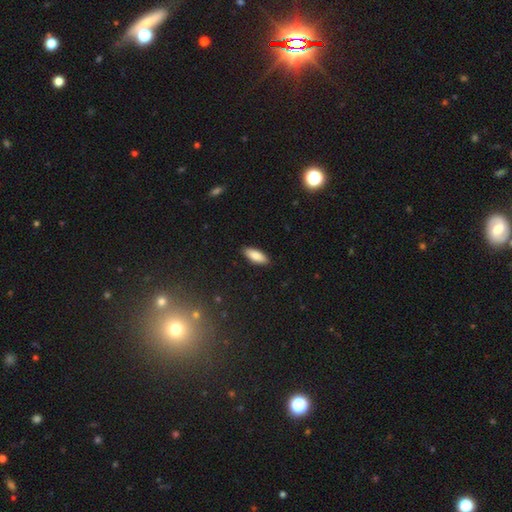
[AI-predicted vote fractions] smooth 86%, featured or disk 8%, star or artifact 6%. Down the decision tree: how rounded — in between (73%); merging — none (89%).